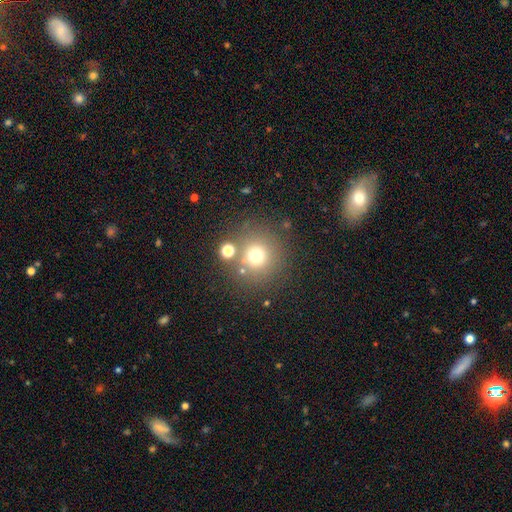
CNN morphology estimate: Smooth or featured: smooth — 69% (star or artifact — 18%)
How rounded: round — 93% (in between — 6%)
Merging: none — 77% (minor disturbance — 9%)